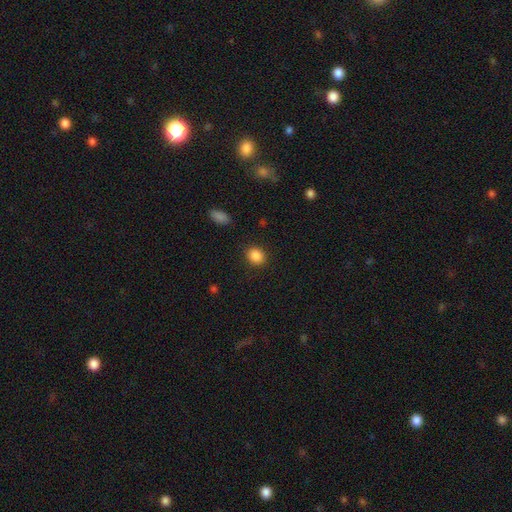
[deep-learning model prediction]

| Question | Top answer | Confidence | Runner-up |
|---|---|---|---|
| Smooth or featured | smooth | 87% | star or artifact (9%) |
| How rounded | round | 58% | in between (41%) |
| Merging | none | 88% | minor disturbance (8%) |